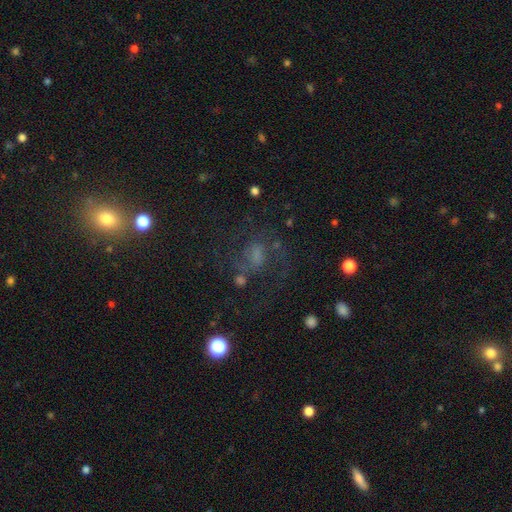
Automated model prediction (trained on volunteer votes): Smooth or featured: featured or disk — 55% (smooth — 24%)
Edge-on disk: no — 97% (yes — 3%)
Bar: no — 49% (weak — 40%)
Spiral arms: yes — 77% (no — 23%)
Bulge size: none — 30% (tied with small — 30%; moderate — 30%)
Merging: none — 54% (major disturbance — 24%)